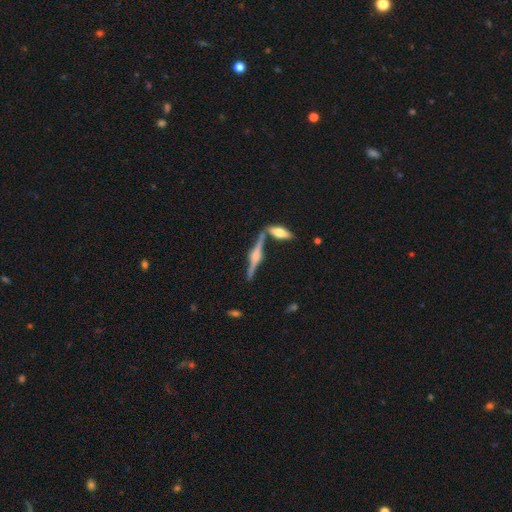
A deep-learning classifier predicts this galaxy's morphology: A featured or disk galaxy (84%) viewed edge-on (98%) with a rounded central bulge (87%).

Vote fractions:
- Smooth or featured? featured or disk: 84% / smooth: 10% / star or artifact: 6%
- Edge-on disk? yes: 98% / no: 2%
- Edge-on bulge? rounded: 87% / boxy: 10% / none: 3%
- Merging? none: 78% / merger: 11% / minor disturbance: 9% / major disturbance: 2%